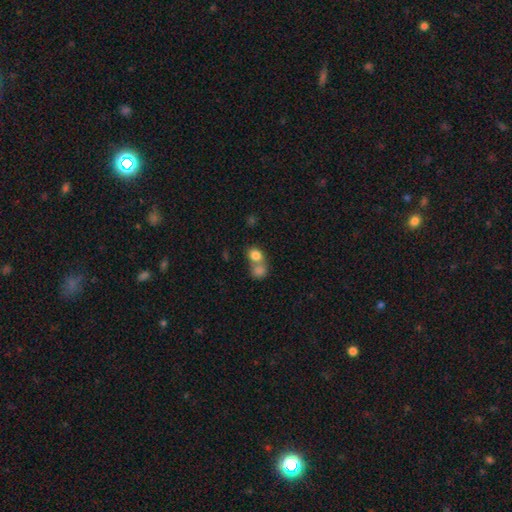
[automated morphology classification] type=smooth (81%); roundness=round (63%); merging=merger (58%).